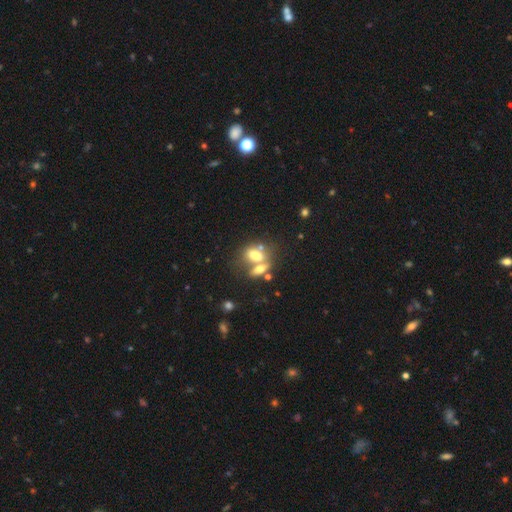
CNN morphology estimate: smooth_or_featured: smooth (p=0.66) [alt: featured or disk p=0.24]
how_rounded: in between (p=0.77) [alt: round p=0.15]
merging: merger (p=0.53) [alt: none p=0.31]